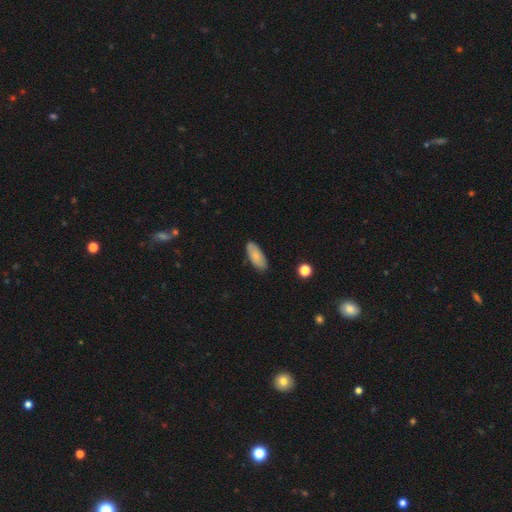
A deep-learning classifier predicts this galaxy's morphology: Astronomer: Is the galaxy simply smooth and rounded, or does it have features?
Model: smooth — 78%.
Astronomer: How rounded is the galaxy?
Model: in between — 84%.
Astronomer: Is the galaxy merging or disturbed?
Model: none — 83%.